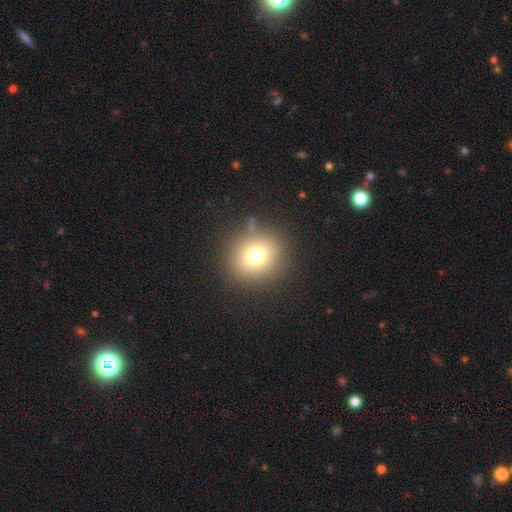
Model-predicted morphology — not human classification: This appears to be a smooth galaxy with no disk features (73%) that is round (87%). Merging: none (83%).